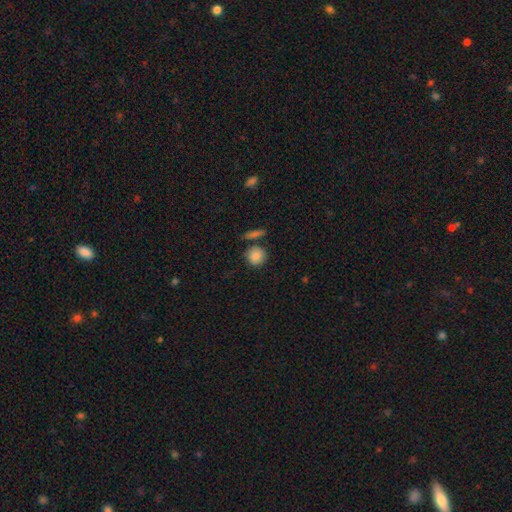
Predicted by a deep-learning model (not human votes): smooth-or-featured: smooth: 86% | star or artifact: 9% | featured or disk: 6%
  how-rounded: round: 87% | in between: 11% | cigar-shaped: 2%
  merging: none: 73% | minor disturbance: 12% | merger: 12% | major disturbance: 4%